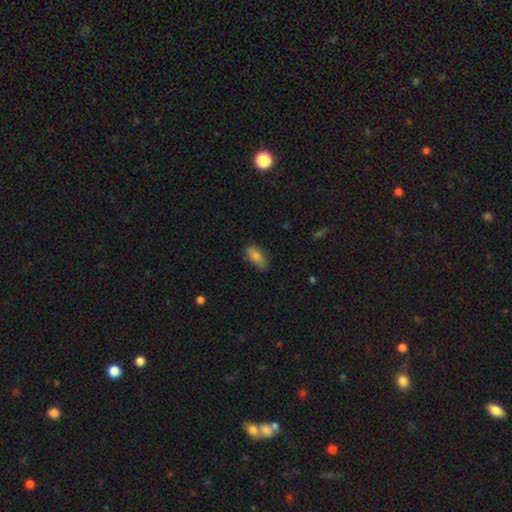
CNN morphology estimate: Overall: smooth (79%). How rounded: in between (86%). Merging: none (68%).